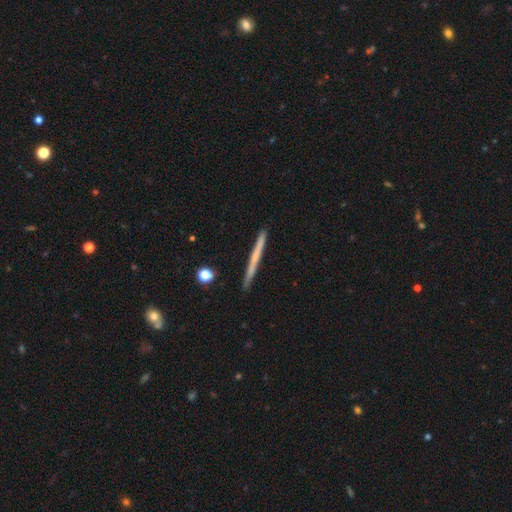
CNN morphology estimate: featured or disk 48%, smooth 46%, star or artifact 6%. Down the decision tree: merging — none (90%).